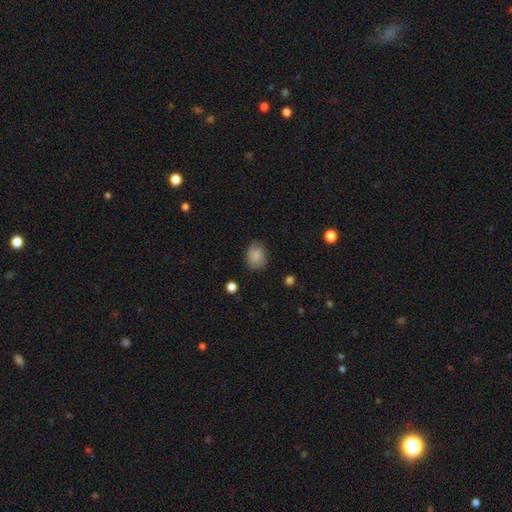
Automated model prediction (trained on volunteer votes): A smooth galaxy with no disk features (84%) that is in between round and cigar-shaped (59%). Merging: none (74%).